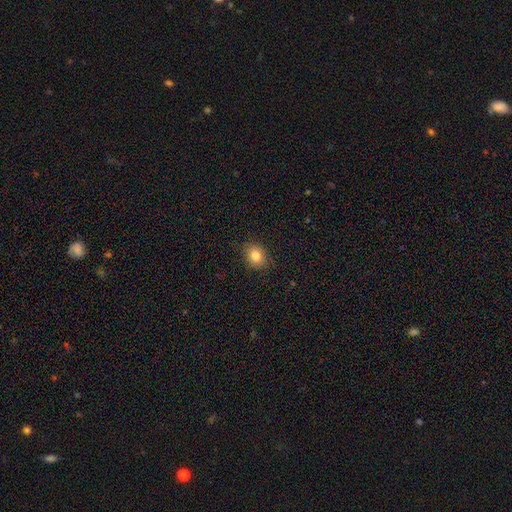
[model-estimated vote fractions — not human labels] Morphology: type=smooth (82%); roundness=round (58%); merging=none (86%).